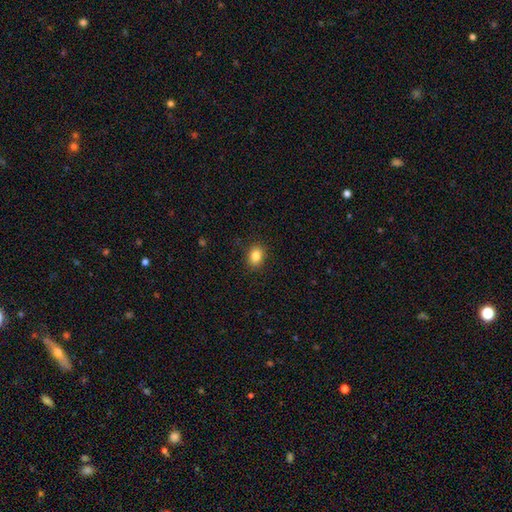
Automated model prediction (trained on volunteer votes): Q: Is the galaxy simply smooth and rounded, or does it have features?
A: smooth — 84%.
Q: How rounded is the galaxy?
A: in between — 60%.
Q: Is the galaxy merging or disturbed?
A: none — 88%.